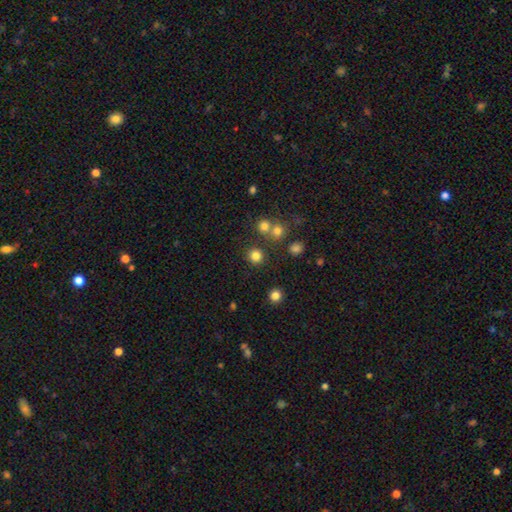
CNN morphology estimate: Overall: smooth (80%). How rounded: round (91%). Merging: none (83%).